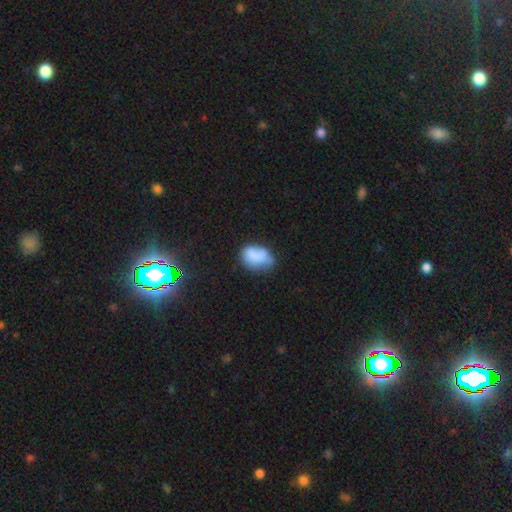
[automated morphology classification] Overall: smooth (75%). How rounded: in between (79%). Merging: none (39%; minor disturbance 38%).